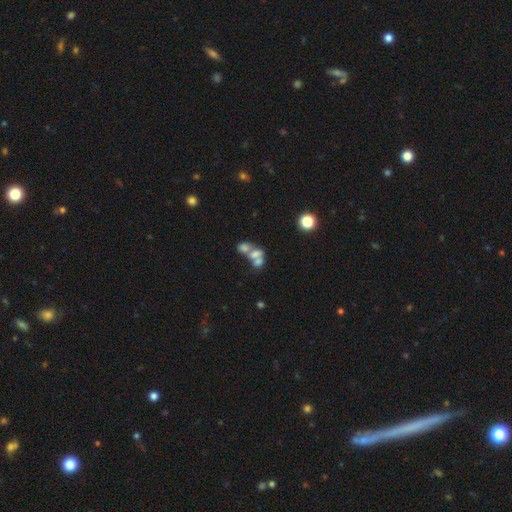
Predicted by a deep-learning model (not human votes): Smooth or featured? smooth (56%)
How rounded? in between (70%)
Merging? merger (70%)